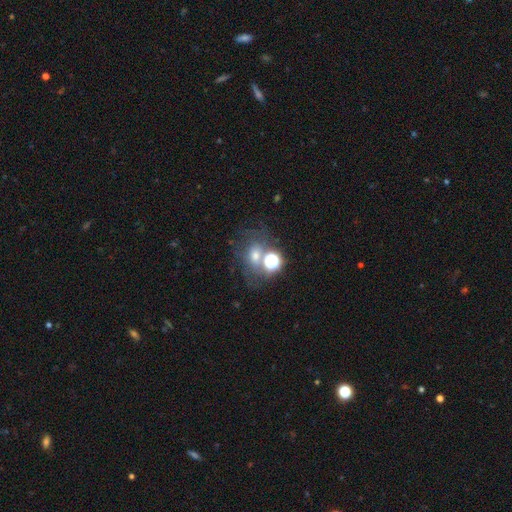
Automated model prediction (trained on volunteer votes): Morphology: type=smooth (38%); merging=none (46%).